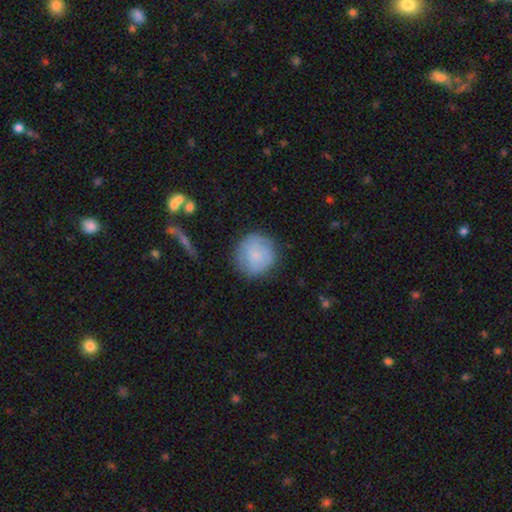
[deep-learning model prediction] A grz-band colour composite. It shows a smooth galaxy with no disk features (77%) that is round (93%). Merging: none (80%).